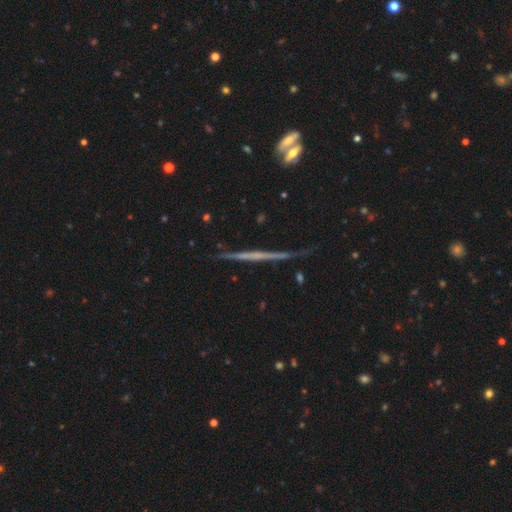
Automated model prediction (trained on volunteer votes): Smooth or featured? Predicted: featured or disk (p=0.70). Edge-on disk? Predicted: yes (p=0.97). Edge-on bulge? Predicted: none (p=0.75). Merging? Predicted: none (p=0.83).